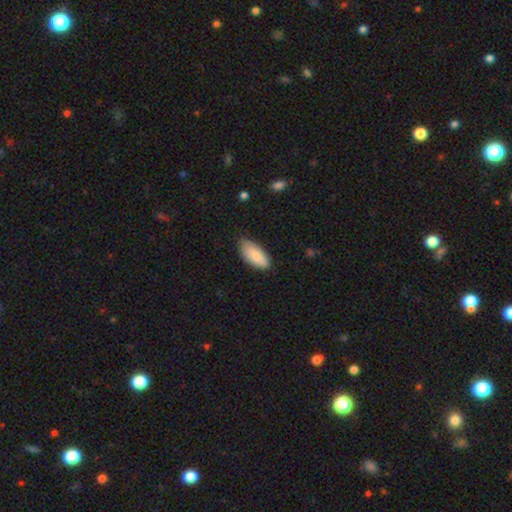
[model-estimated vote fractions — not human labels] smooth_or_featured: smooth (p=0.84) [alt: featured or disk p=0.10]
how_rounded: in between (p=0.90) [alt: cigar-shaped p=0.08]
merging: none (p=0.71) [alt: minor disturbance p=0.25]